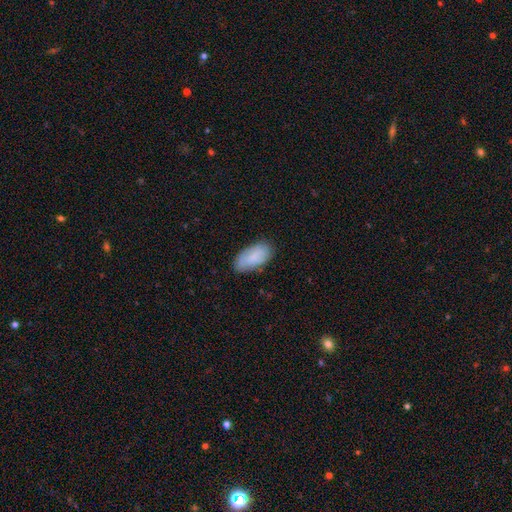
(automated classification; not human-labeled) This is likely a smooth galaxy (79%). How rounded: clearly in between (94%). Merging: likely none (79%).